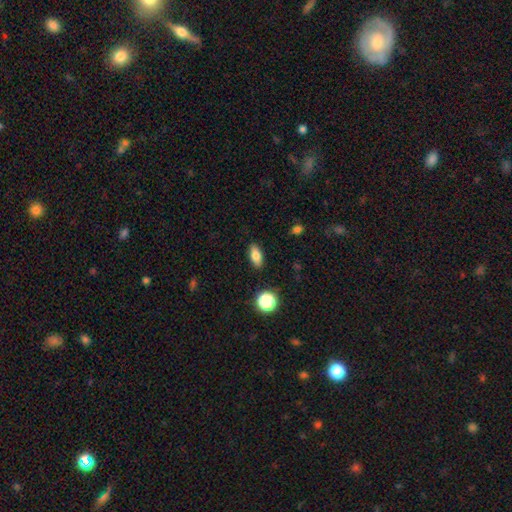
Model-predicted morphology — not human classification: smooth 79%, featured or disk 11%, star or artifact 10%. Down the decision tree: how rounded — in between (81%); merging — none (88%).